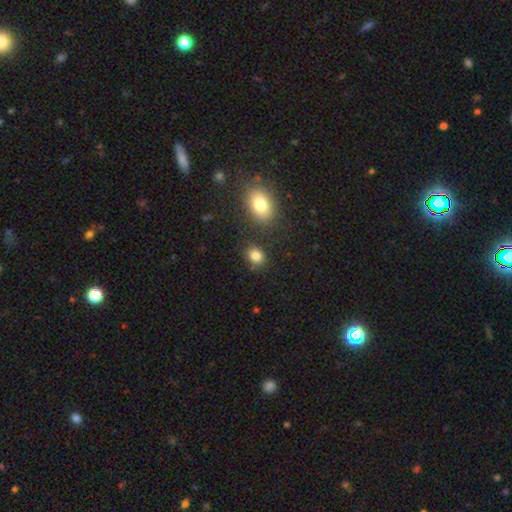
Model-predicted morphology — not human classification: The model was most divided on "how rounded": round: 50%, in between: 49%, cigar-shaped: 1%. More confident: smooth or featured — smooth (83%); merging — none (82%).